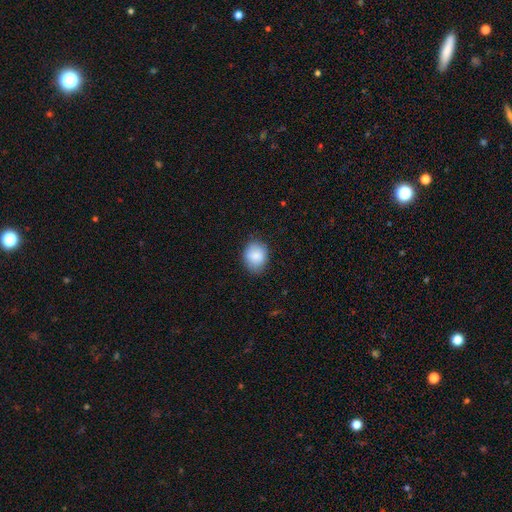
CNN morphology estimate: The model was most divided on "how rounded": in between: 54%, round: 45%, cigar-shaped: 1%. More confident: smooth or featured — smooth (85%); merging — none (78%).